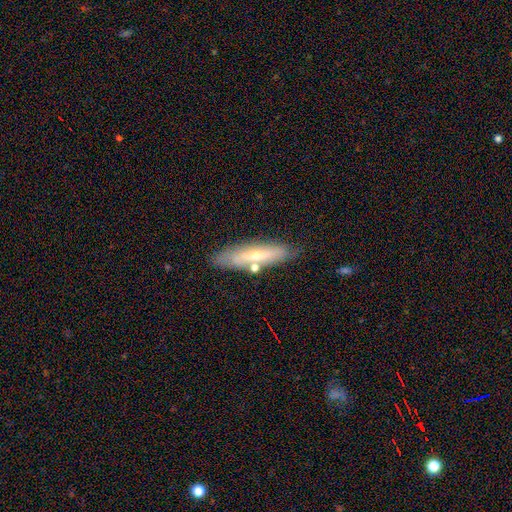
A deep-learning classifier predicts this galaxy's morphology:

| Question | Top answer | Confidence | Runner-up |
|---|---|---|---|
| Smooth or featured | featured or disk | 51% | smooth (42%) |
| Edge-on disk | yes | 59% | no (41%) |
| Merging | none | 75% | minor disturbance (15%) |